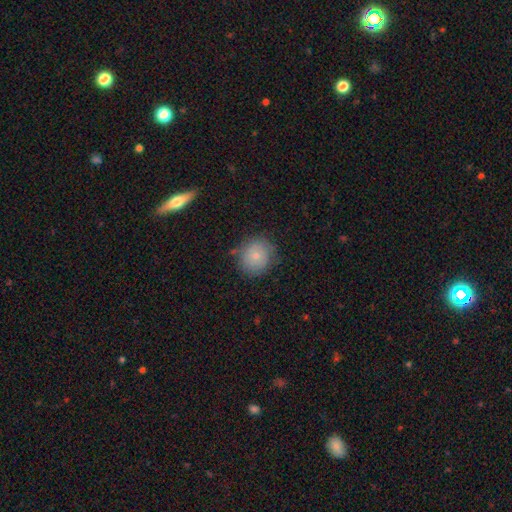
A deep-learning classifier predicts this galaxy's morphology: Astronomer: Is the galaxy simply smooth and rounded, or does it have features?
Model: smooth — 74%.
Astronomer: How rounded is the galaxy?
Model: round — 88%.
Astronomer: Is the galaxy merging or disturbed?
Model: none — 77%.